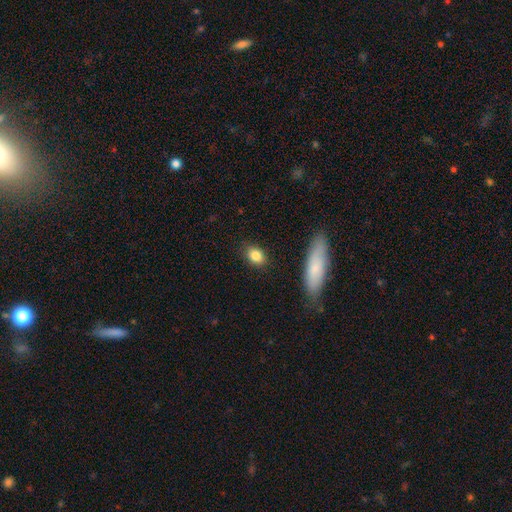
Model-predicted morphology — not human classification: This appears to be a smooth galaxy with no disk features (84%) that is in between round and cigar-shaped (70%). Merging: none (87%).